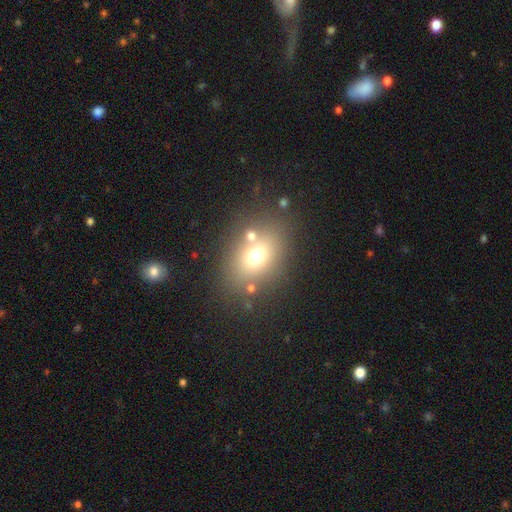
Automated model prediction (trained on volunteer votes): Smooth or featured? smooth (68%)
How rounded? in between (65%)
Merging? none (71%)